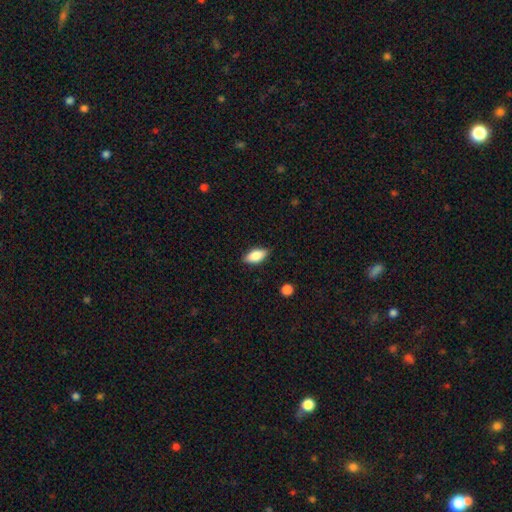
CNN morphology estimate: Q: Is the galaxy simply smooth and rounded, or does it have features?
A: smooth — 82%.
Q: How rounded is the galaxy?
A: in between — 88%.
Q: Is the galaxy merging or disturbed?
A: none — 84%.